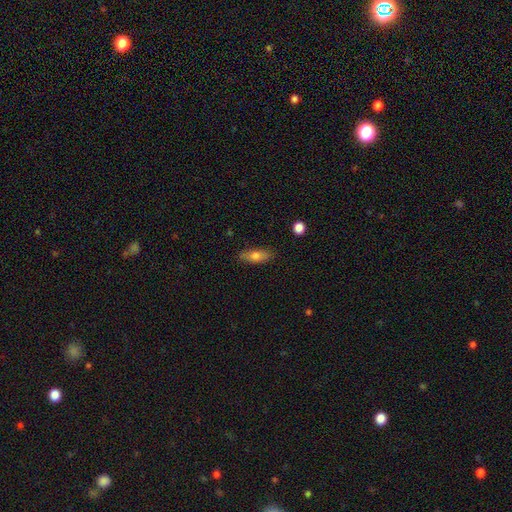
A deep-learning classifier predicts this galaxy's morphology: Smooth or featured: smooth — 72% (featured or disk — 20%)
How rounded: in between — 71% (cigar-shaped — 25%)
Merging: none — 81% (minor disturbance — 15%)